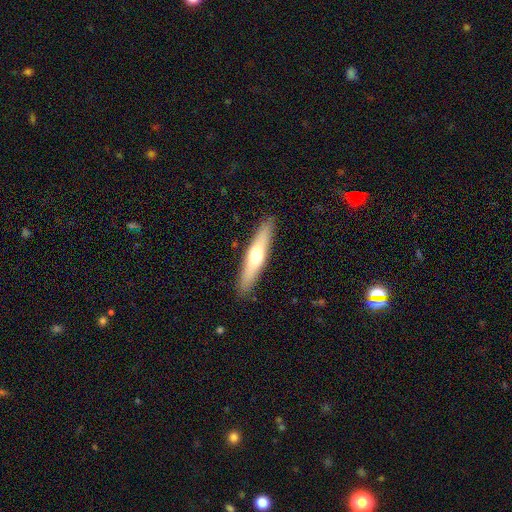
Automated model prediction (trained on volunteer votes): Smooth or featured? smooth (52%)
How rounded? cigar-shaped (84%)
Merging? none (90%)